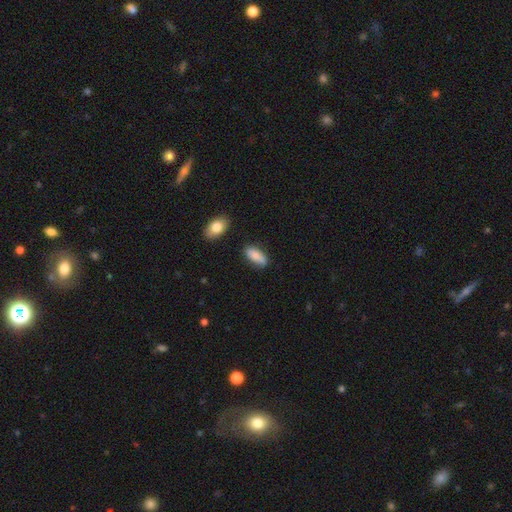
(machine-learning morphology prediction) smooth-or-featured: smooth: 83% | featured or disk: 10% | star or artifact: 6%
  how-rounded: in between: 85% | cigar-shaped: 13% | round: 3%
  merging: none: 78% | minor disturbance: 16% | merger: 3% | major disturbance: 3%